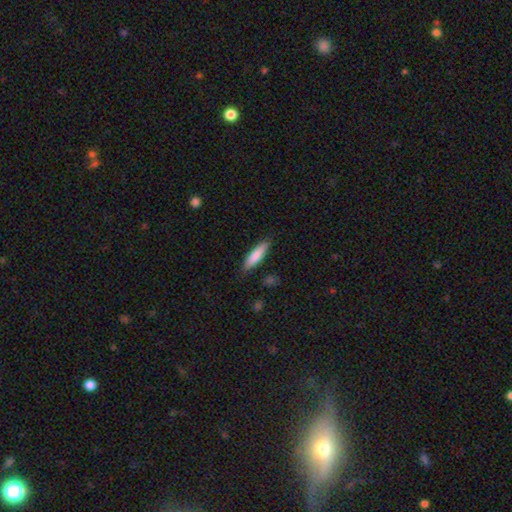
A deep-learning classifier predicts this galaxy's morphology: smooth-or-featured: smooth: 80% | featured or disk: 14% | star or artifact: 6%
  how-rounded: cigar-shaped: 73% | in between: 26% | round: 1%
  merging: none: 84% | minor disturbance: 12% | major disturbance: 2% | merger: 2%